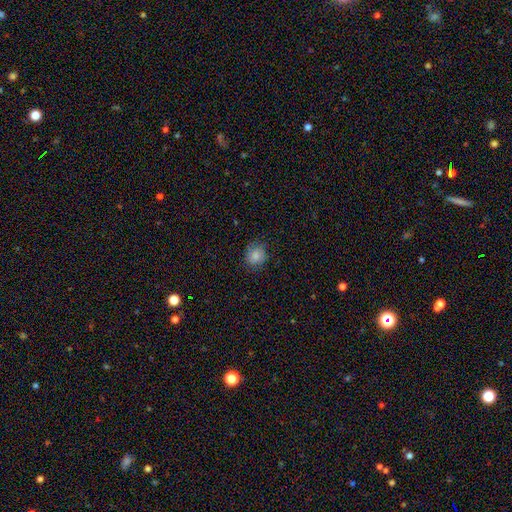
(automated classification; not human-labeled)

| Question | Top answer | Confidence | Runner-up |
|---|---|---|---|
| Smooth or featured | smooth | 83% | star or artifact (10%) |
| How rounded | round | 76% | in between (23%) |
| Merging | none | 75% | minor disturbance (19%) |